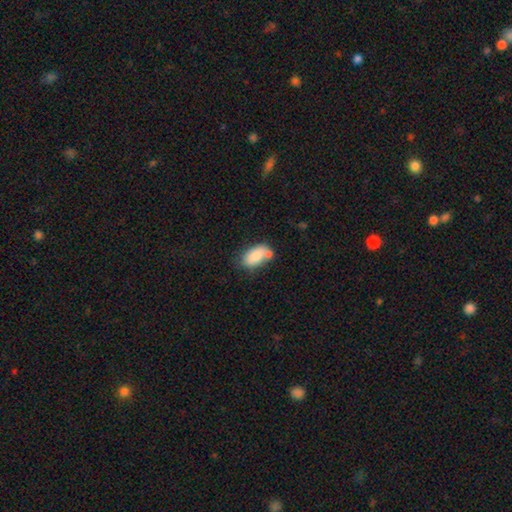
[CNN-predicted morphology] type=smooth (82%); roundness=in between (92%); merging=none (48%).